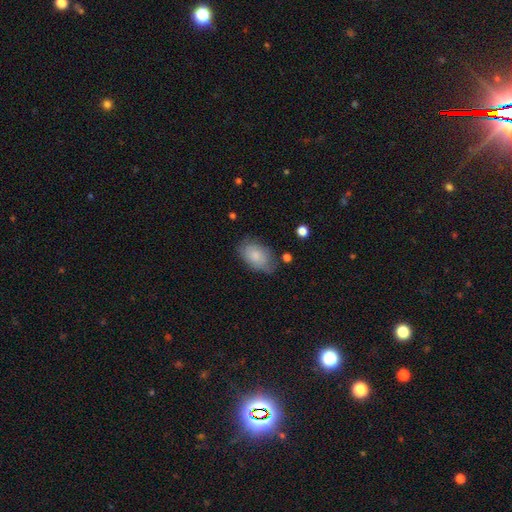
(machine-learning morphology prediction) smooth_or_featured: smooth (p=0.74) [alt: featured or disk p=0.19]
how_rounded: in between (p=0.89) [alt: round p=0.09]
merging: none (p=0.64) [alt: minor disturbance p=0.26]